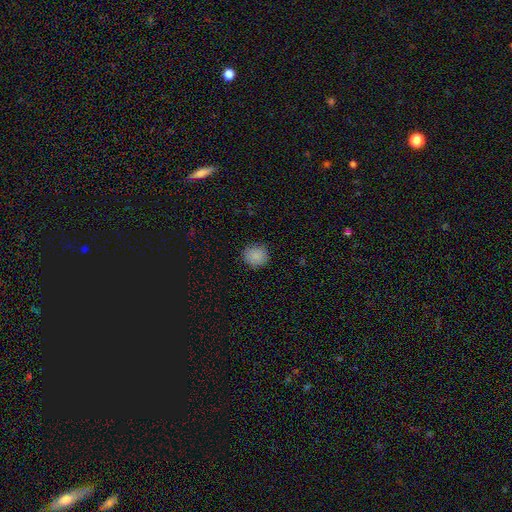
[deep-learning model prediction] smooth 87%, star or artifact 9%, featured or disk 4%. Down the decision tree: how rounded — round (87%); merging — none (87%).